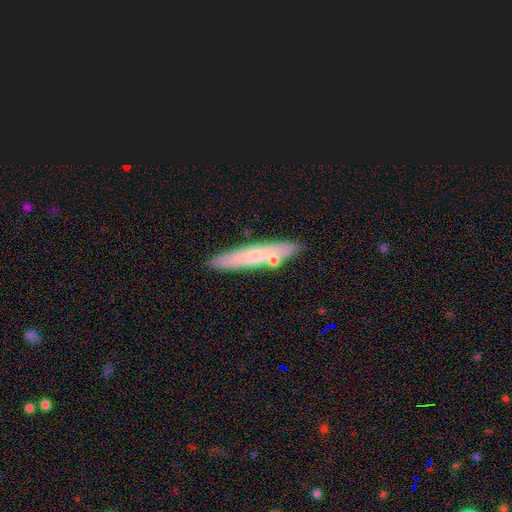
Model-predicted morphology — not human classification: Smooth or featured? Predicted: smooth (p=0.51). How rounded? Predicted: cigar-shaped (p=0.89). Merging? Predicted: none (p=0.81).